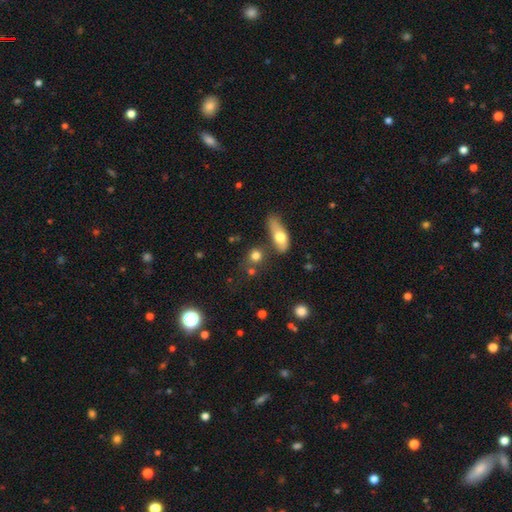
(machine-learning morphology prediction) Smooth or featured? smooth (77%)
How rounded? round (68%)
Merging? none (61%)